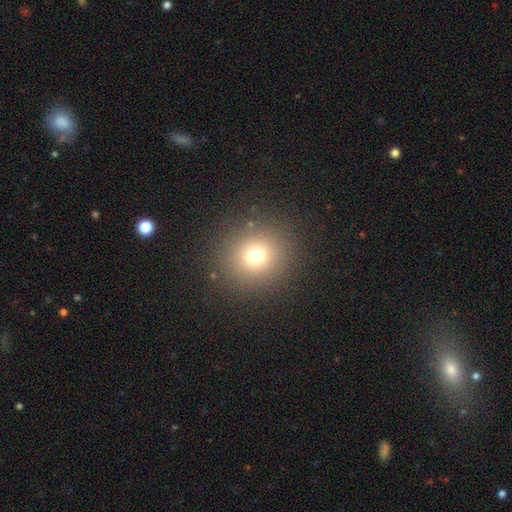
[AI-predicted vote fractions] smooth 71%, star or artifact 19%, featured or disk 9%. Down the decision tree: how rounded — round (90%); merging — none (88%).